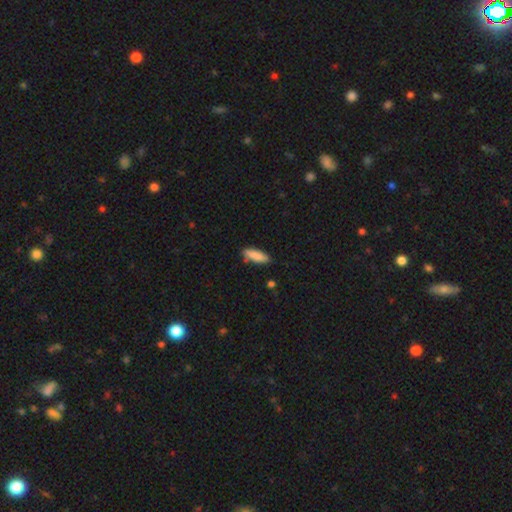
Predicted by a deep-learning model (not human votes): smooth-or-featured: smooth: 86% | featured or disk: 8% | star or artifact: 6%
  how-rounded: in between: 54% | cigar-shaped: 45% | round: 2%
  merging: none: 80% | minor disturbance: 15% | major disturbance: 2% | merger: 2%